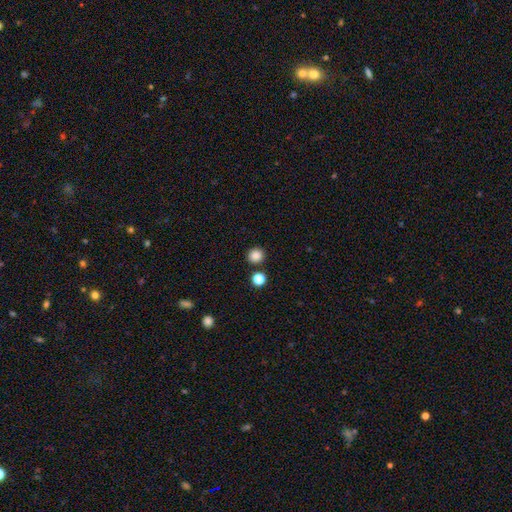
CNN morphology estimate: Q: Smooth or featured?
A: smooth (85%); runner-up: star or artifact (11%)
Q: How rounded?
A: round (91%); runner-up: in between (8%)
Q: Merging?
A: none (87%); runner-up: minor disturbance (6%)